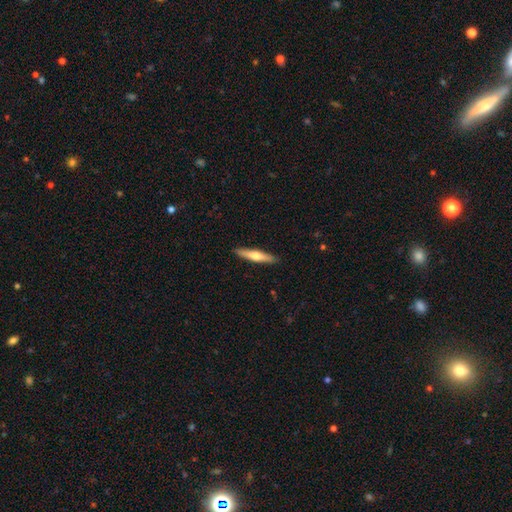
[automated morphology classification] This appears to be a smooth galaxy with no disk features (51%) that is cigar-shaped (87%). Merging: none (91%).